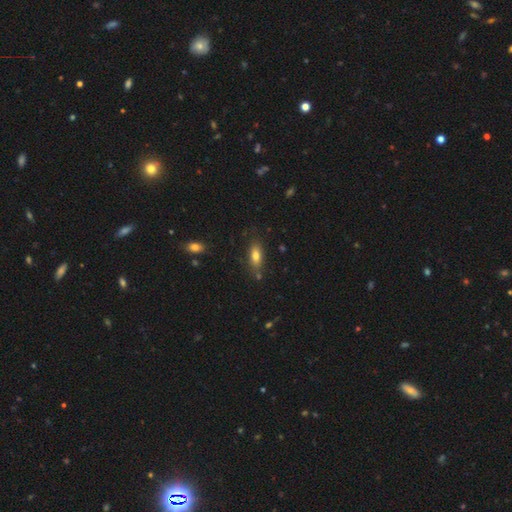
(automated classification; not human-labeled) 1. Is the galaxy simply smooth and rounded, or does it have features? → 79% smooth, 13% featured or disk, 9% star or artifact.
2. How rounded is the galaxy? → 80% in between, 17% cigar-shaped, 4% round.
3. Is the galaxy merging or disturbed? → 75% none, 16% minor disturbance, 5% merger, 4% major disturbance.